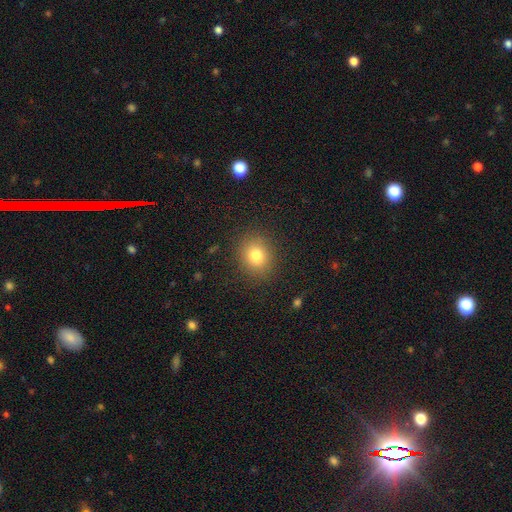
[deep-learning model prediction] Q: Smooth or featured?
A: smooth (78%); runner-up: star or artifact (13%)
Q: How rounded?
A: round (74%); runner-up: in between (25%)
Q: Merging?
A: none (88%); runner-up: minor disturbance (8%)